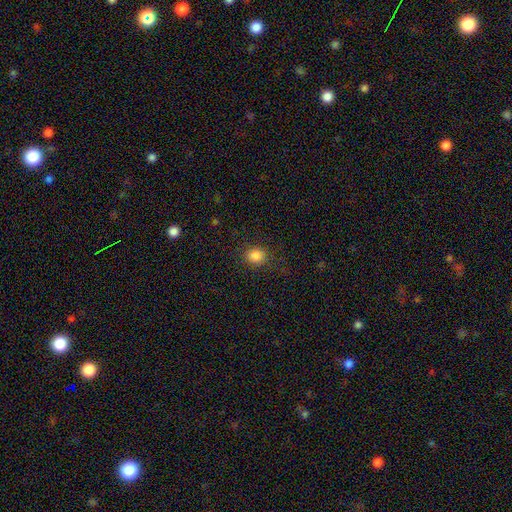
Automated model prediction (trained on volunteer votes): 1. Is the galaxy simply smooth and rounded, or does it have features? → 84% smooth, 11% star or artifact, 5% featured or disk.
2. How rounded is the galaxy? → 69% round, 30% in between, 1% cigar-shaped.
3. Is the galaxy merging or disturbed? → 85% none, 10% minor disturbance, 4% major disturbance, 1% merger.